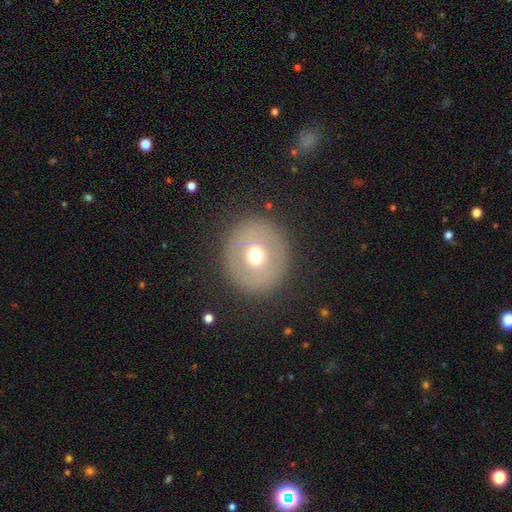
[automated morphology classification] type=smooth (58%); roundness=round (89%); merging=none (85%).